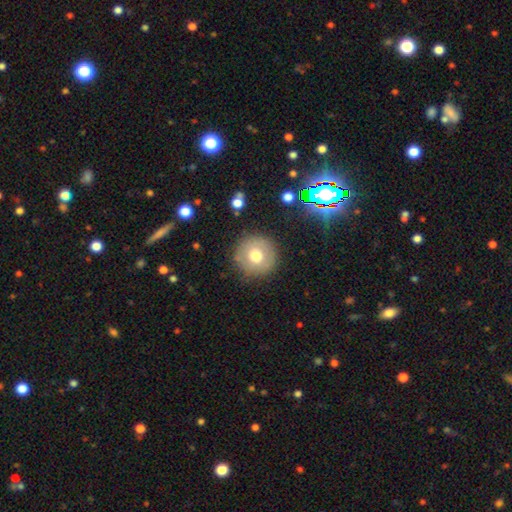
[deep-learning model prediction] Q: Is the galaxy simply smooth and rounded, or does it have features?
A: smooth — 70%.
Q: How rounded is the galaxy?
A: round — 96%.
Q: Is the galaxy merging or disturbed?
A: none — 86%.